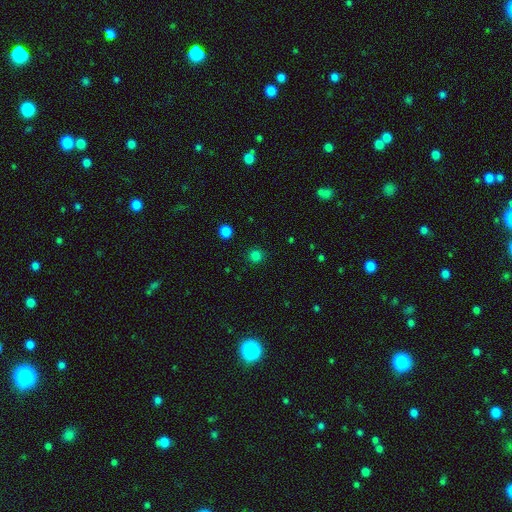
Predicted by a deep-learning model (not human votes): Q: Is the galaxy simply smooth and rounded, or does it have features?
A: smooth — 80%.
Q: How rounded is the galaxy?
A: round — 94%.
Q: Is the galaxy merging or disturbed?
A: none — 91%.